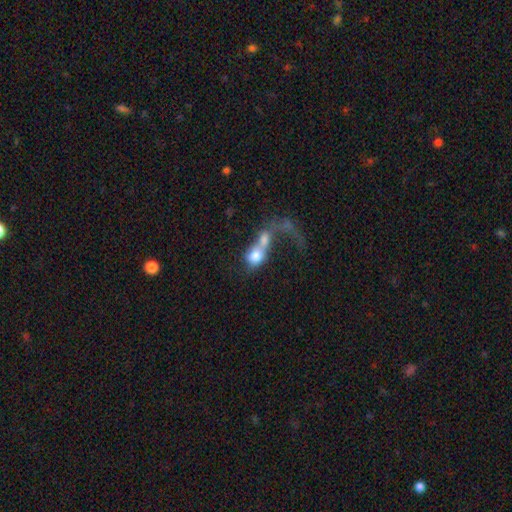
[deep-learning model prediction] Morphology: type=smooth (63%); roundness=in between (49%); merging=merger (70%).